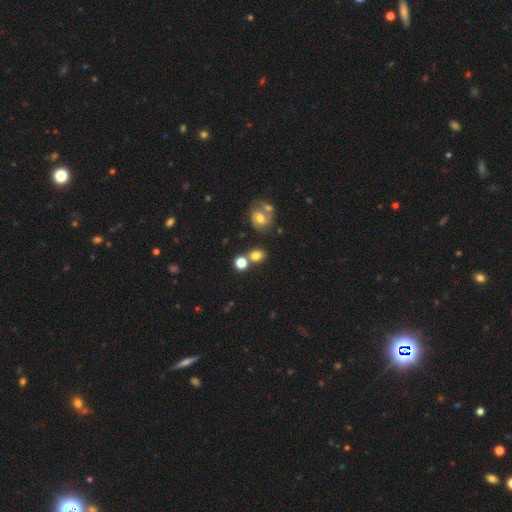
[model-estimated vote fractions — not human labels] Smooth or featured? smooth (74%)
How rounded? round (65%)
Merging? none (59%)